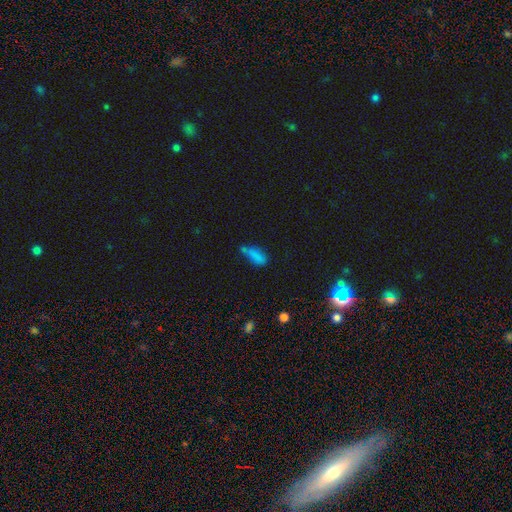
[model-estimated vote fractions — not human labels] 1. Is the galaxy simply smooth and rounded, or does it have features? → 77% smooth, 13% star or artifact, 10% featured or disk.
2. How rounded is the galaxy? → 77% in between, 19% cigar-shaped, 4% round.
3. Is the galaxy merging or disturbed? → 38% none, 29% minor disturbance, 19% merger, 14% major disturbance.